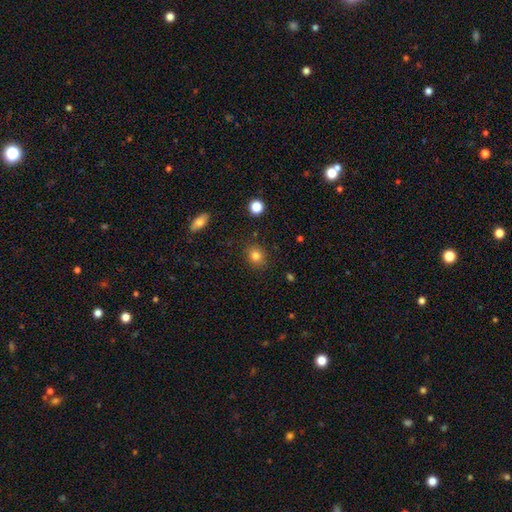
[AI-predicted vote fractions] Smooth or featured?
  - smooth: 81% *
  - star or artifact: 12%
  - featured or disk: 7%
How rounded?
  - round: 70% *
  - in between: 29%
  - cigar-shaped: 1%
Merging?
  - none: 87% *
  - minor disturbance: 9%
  - major disturbance: 3%
  - merger: 2%